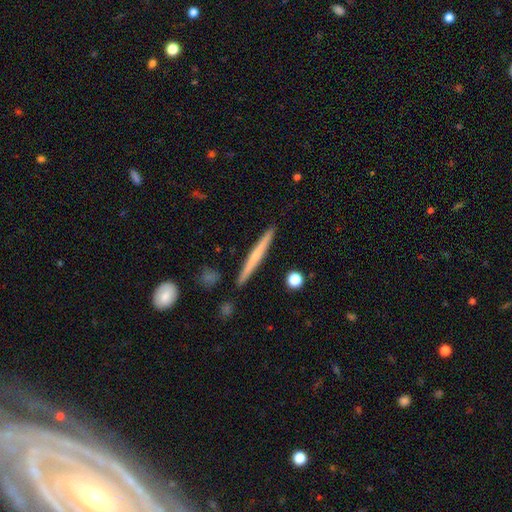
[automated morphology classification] Smooth or featured? smooth (49%)
Merging? none (90%)